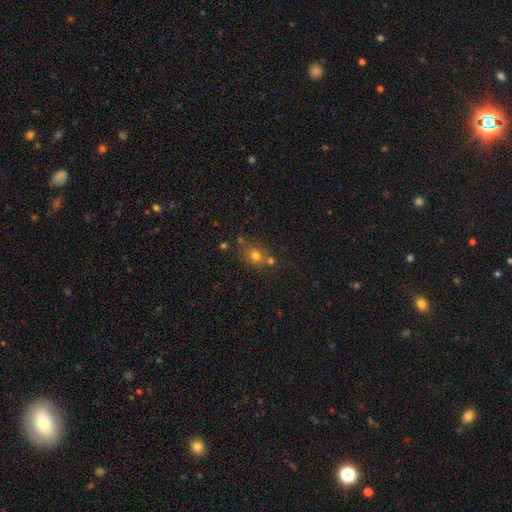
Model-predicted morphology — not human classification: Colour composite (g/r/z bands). It shows a smooth galaxy with no disk features (71%) that is round (68%). Merging: none (64%).